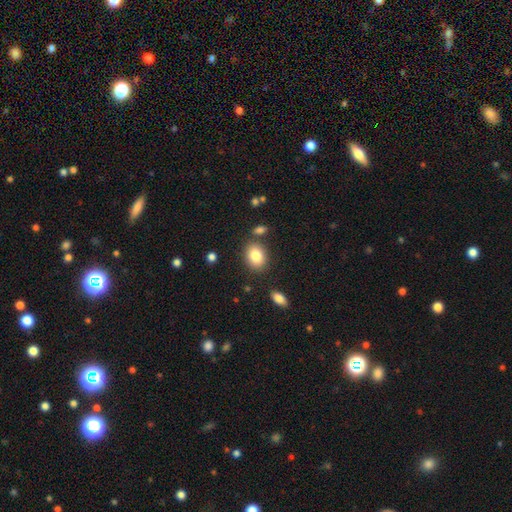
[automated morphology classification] A smooth galaxy with no disk features (84%) that is in between round and cigar-shaped (68%). Merging: none (79%).